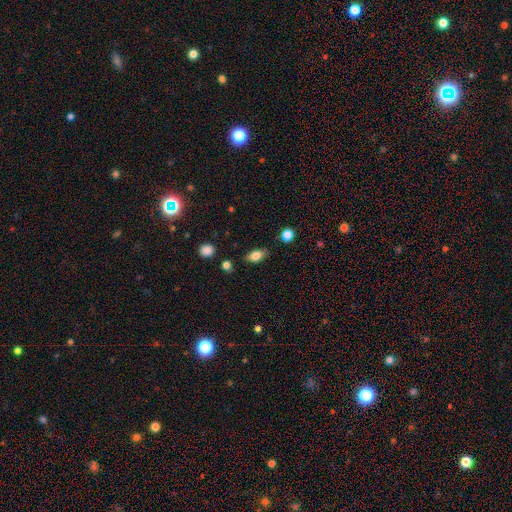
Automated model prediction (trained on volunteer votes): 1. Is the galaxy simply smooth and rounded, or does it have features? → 80% smooth, 12% featured or disk, 8% star or artifact.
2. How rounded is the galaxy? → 86% in between, 8% round, 6% cigar-shaped.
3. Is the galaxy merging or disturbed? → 78% none, 16% minor disturbance, 3% major disturbance, 3% merger.